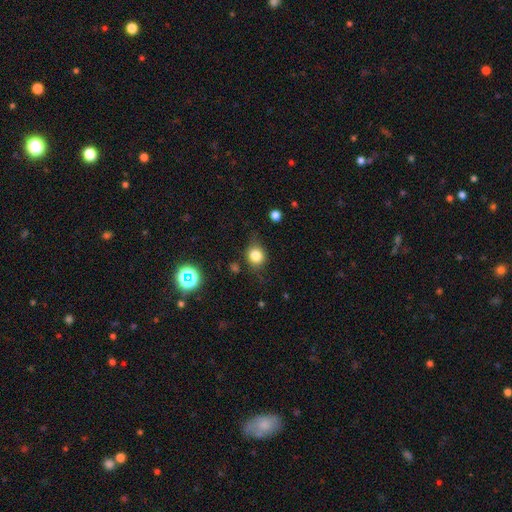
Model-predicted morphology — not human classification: Q: Smooth or featured?
A: smooth (78%); runner-up: star or artifact (12%)
Q: How rounded?
A: round (72%); runner-up: in between (26%)
Q: Merging?
A: none (71%); runner-up: minor disturbance (20%)